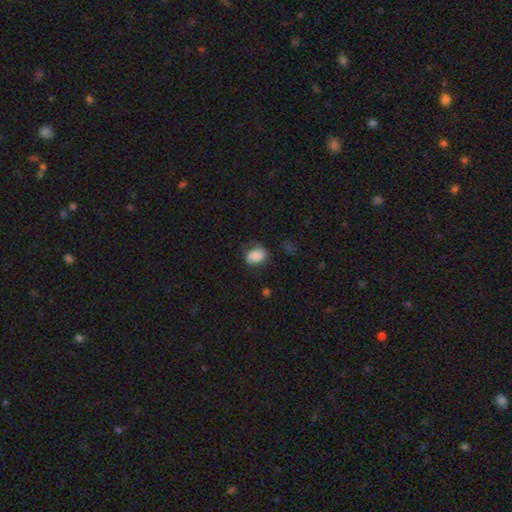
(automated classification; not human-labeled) smooth_or_featured: smooth (p=0.75) [alt: featured or disk p=0.16]
how_rounded: in between (p=0.70) [alt: round p=0.28]
merging: none (p=0.48) [alt: minor disturbance p=0.29]